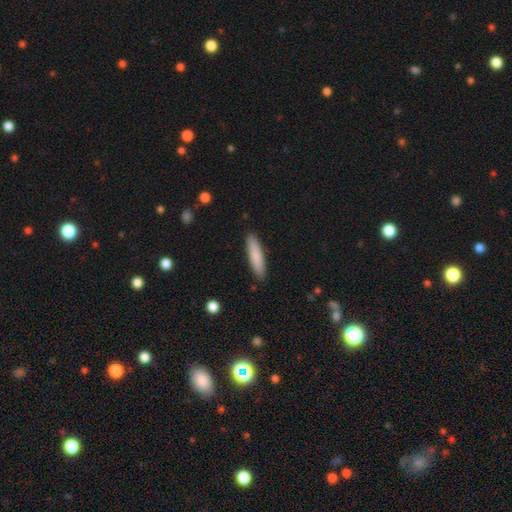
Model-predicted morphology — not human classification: type=smooth (84%); roundness=cigar-shaped (79%); merging=none (90%).